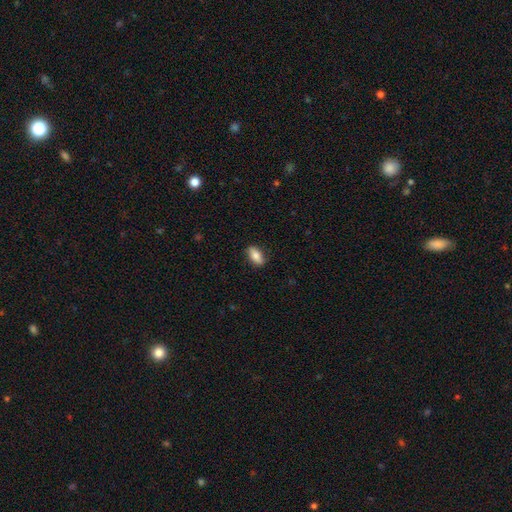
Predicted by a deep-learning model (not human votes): The model was most divided on "smooth or featured": smooth: 80%, featured or disk: 14%, star or artifact: 7%. More confident: how rounded — in between (88%); merging — none (85%).